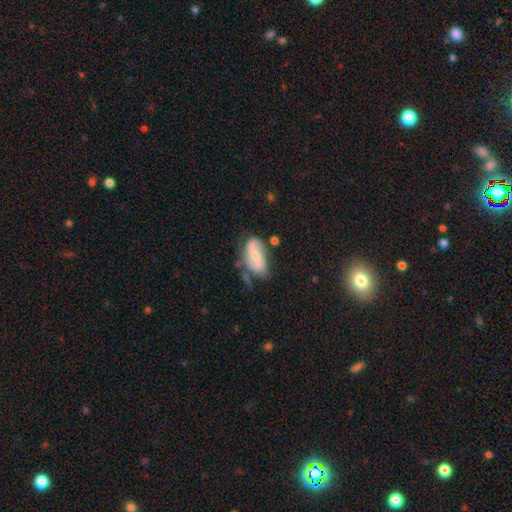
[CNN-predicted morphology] A featured or disk galaxy (59%) with no bar (35%, tied with weak), spiral arms (80%) and a small central bulge (58%).

Vote fractions:
- Smooth or featured? featured or disk: 59% / smooth: 34% / star or artifact: 7%
- Edge-on disk? no: 94% / yes: 6%
- Bar? no: 35% (tied) / weak: 35% (tied) / strong: 29%
- Spiral arms? yes: 80% / no: 20%
- Bulge size? small: 58% / moderate: 35% / none: 4% / large: 2% / dominant: 1%
- Merging? none: 47% / minor disturbance: 30% / major disturbance: 15% / merger: 9%